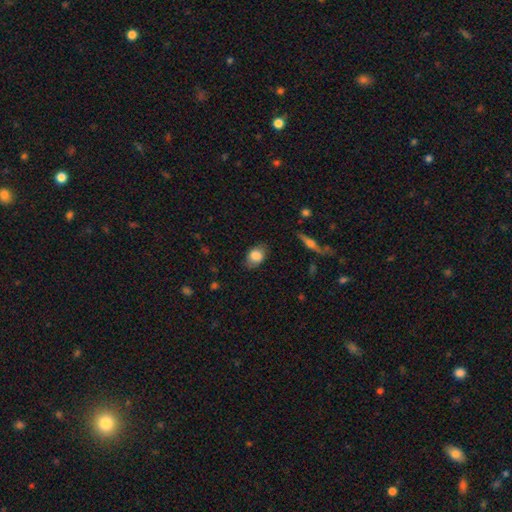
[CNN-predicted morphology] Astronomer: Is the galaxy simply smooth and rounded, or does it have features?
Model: smooth — 81%.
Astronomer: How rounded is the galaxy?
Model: in between — 74%.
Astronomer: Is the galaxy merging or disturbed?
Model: none — 76%.